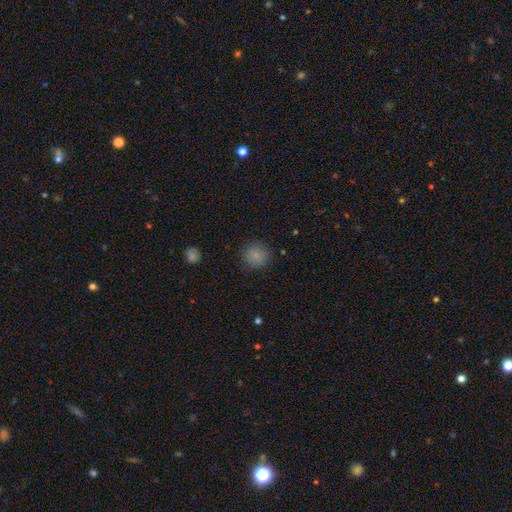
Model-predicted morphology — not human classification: Smooth or featured? smooth (84%)
How rounded? round (90%)
Merging? none (85%)